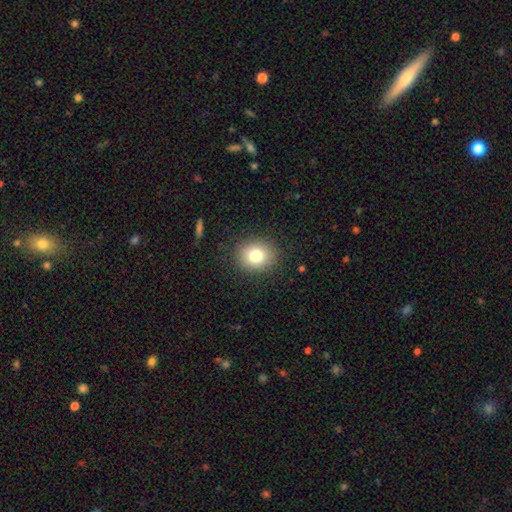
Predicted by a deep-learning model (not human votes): Smooth or featured? Predicted: smooth (p=0.79). How rounded? Predicted: round (p=0.71). Merging? Predicted: none (p=0.88).